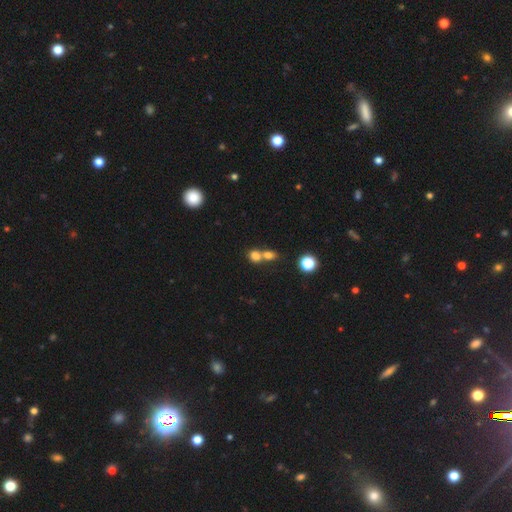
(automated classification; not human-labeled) This appears to be a smooth galaxy with no disk features (75%) that is round (58%). Merging: merger (62%).